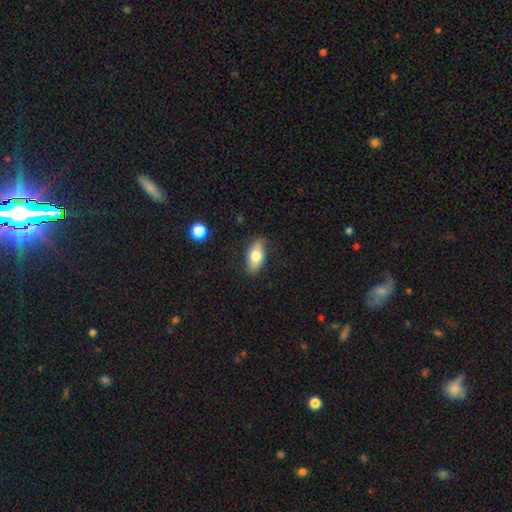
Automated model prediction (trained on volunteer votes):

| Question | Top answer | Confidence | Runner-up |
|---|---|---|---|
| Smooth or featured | smooth | 69% | featured or disk (24%) |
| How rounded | in between | 88% | cigar-shaped (7%) |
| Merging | none | 78% | minor disturbance (17%) |